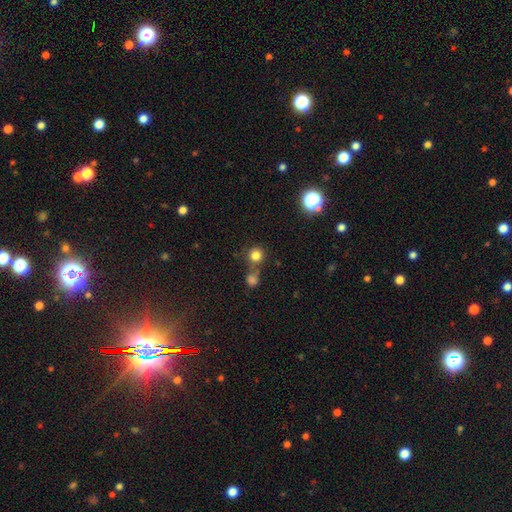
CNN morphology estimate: Smooth or featured?
  - smooth: 80% *
  - star or artifact: 14%
  - featured or disk: 6%
How rounded?
  - round: 92% *
  - in between: 7%
  - cigar-shaped: 1%
Merging?
  - none: 63% *
  - merger: 24%
  - minor disturbance: 8%
  - major disturbance: 4%